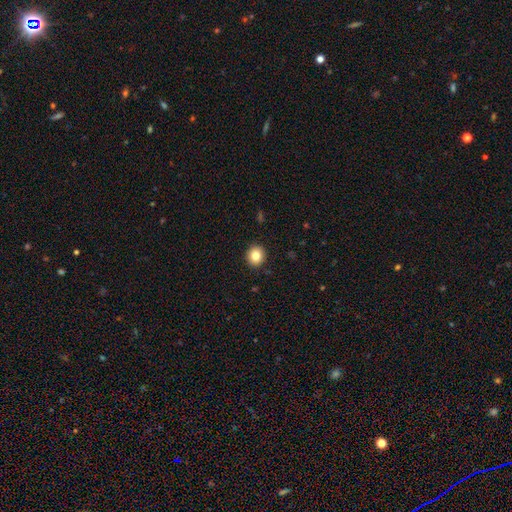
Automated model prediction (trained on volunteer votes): smooth 83%, star or artifact 10%, featured or disk 7%. Down the decision tree: how rounded — round (86%); merging — none (93%).